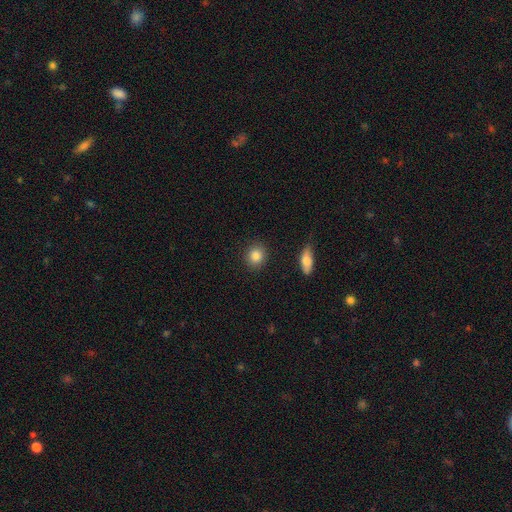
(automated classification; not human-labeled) The model was most divided on "how rounded": round: 75%, in between: 23%, cigar-shaped: 2%. More confident: merging — none (89%); smooth or featured — smooth (86%).